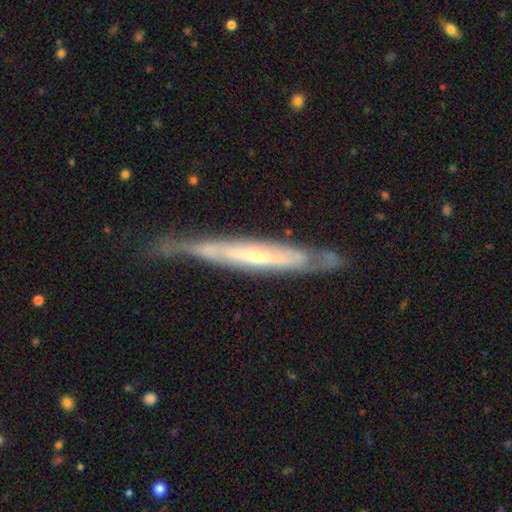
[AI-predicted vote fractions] The model was most divided on "edge-on bulge": none: 57%, rounded: 33%, boxy: 10%. More confident: edge-on disk — yes (77%); smooth or featured — featured or disk (77%); merging — none (65%).